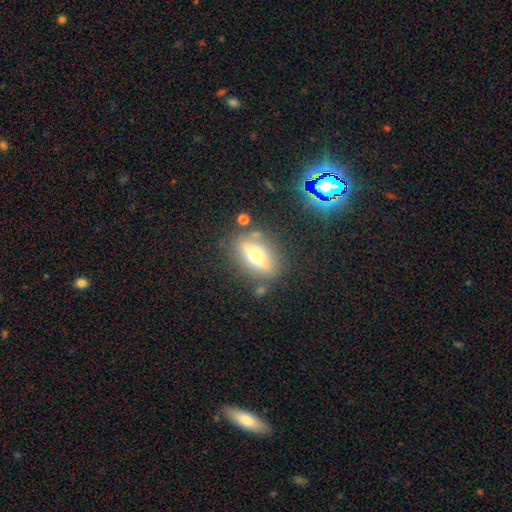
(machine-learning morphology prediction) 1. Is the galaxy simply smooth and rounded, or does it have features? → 58% featured or disk, 31% smooth, 11% star or artifact.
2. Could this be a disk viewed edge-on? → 80% yes, 20% no.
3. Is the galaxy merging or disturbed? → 79% none, 12% minor disturbance, 5% major disturbance, 4% merger.